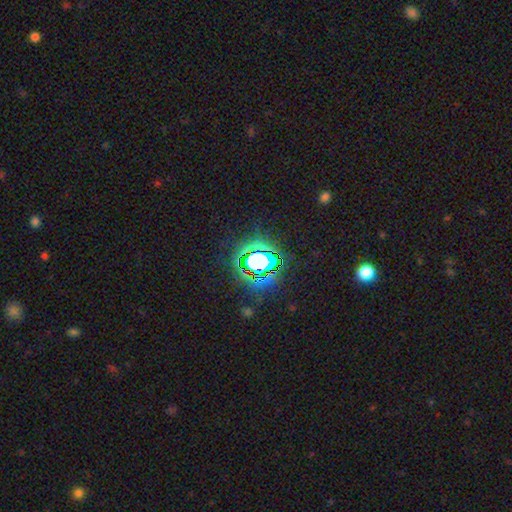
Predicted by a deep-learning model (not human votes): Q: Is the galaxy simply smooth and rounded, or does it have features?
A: star or artifact — 72%.